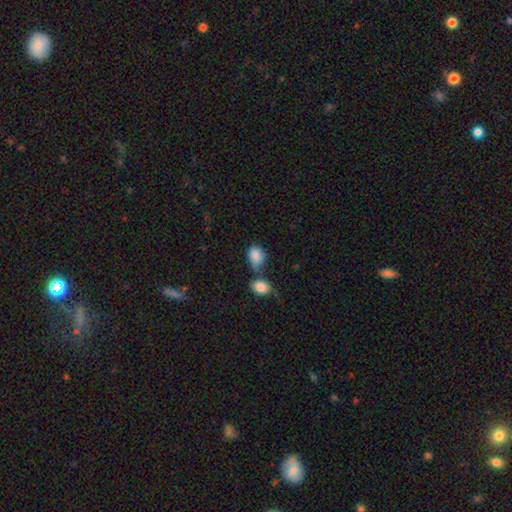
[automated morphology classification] Smooth or featured: smooth — 86% (star or artifact — 8%)
How rounded: in between — 70% (round — 28%)
Merging: none — 43% (merger — 29%)